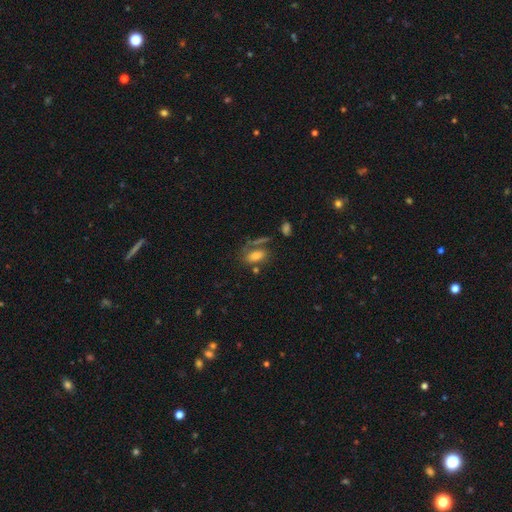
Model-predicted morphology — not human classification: Smooth or featured? smooth (70%)
How rounded? in between (85%)
Merging? none (51%)